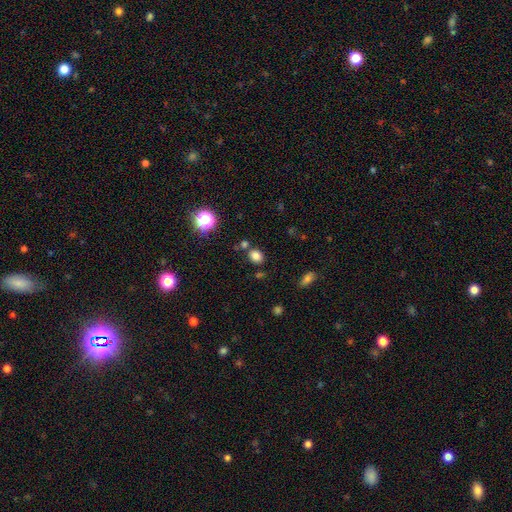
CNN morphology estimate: A smooth galaxy with no disk features (79%) that is round (50%).

Vote fractions:
- Smooth or featured? smooth: 79% / star or artifact: 15% / featured or disk: 6%
- How rounded? round: 50% / in between: 49% / cigar-shaped: 1%
- Merging? none: 74% / merger: 12% / minor disturbance: 11% / major disturbance: 4%